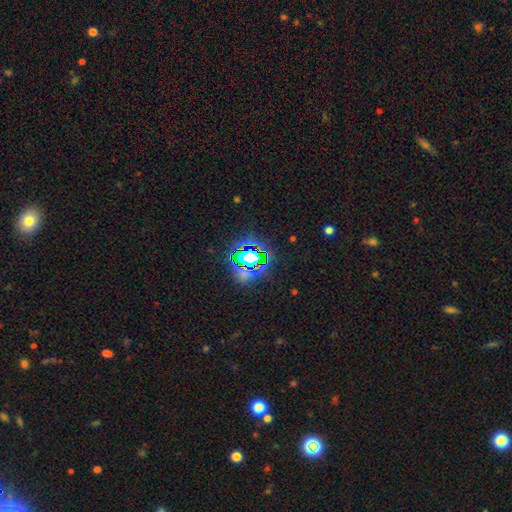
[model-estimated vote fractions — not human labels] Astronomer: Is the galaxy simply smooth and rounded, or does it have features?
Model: star or artifact — 74%.